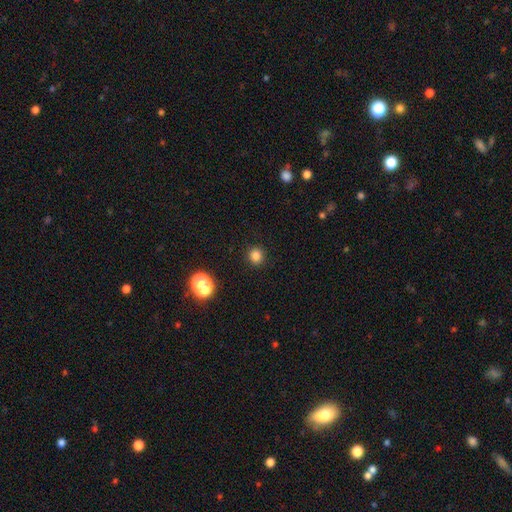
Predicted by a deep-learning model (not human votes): smooth-or-featured: smooth: 82% | star or artifact: 14% | featured or disk: 4%
  how-rounded: round: 90% | in between: 9% | cigar-shaped: 1%
  merging: none: 91% | minor disturbance: 5% | major disturbance: 2% | merger: 2%